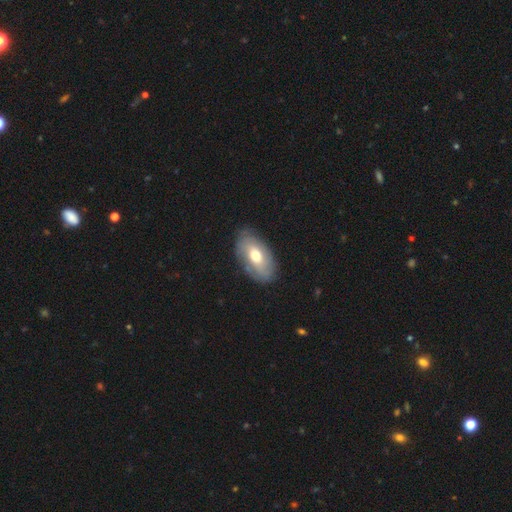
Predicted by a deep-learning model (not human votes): smooth-or-featured: smooth: 55% | featured or disk: 39% | star or artifact: 6%
  how-rounded: in between: 93% | round: 4% | cigar-shaped: 3%
  merging: none: 79% | minor disturbance: 15% | major disturbance: 4% | merger: 1%